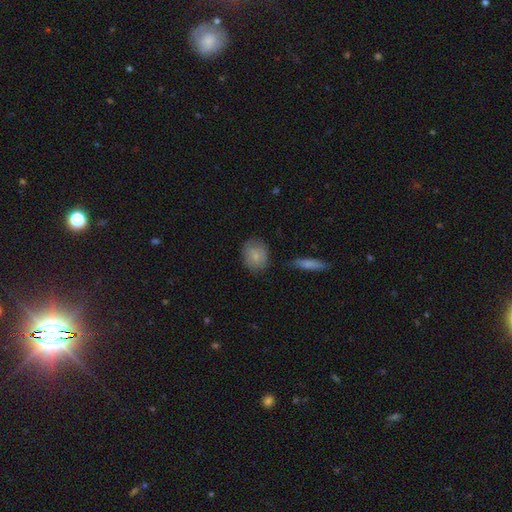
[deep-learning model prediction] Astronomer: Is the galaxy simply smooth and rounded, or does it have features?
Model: smooth — 78%.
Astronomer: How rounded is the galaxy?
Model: in between — 50% (runner-up: round, 48%).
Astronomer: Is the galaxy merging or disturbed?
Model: none — 74%.